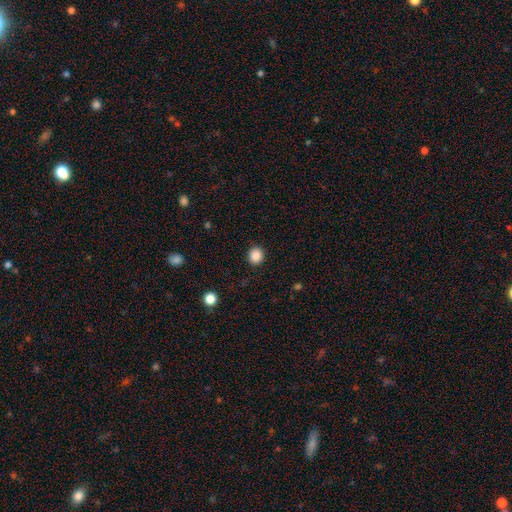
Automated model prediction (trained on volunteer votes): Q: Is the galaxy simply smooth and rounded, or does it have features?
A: smooth — 87%.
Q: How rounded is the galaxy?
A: round — 82%.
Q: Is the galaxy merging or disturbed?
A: none — 91%.